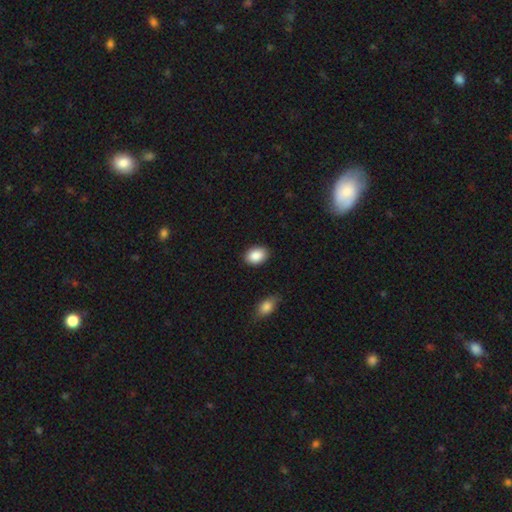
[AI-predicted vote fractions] Q: Smooth or featured?
A: smooth (89%); runner-up: star or artifact (7%)
Q: How rounded?
A: in between (81%); runner-up: round (17%)
Q: Merging?
A: none (87%); runner-up: minor disturbance (9%)